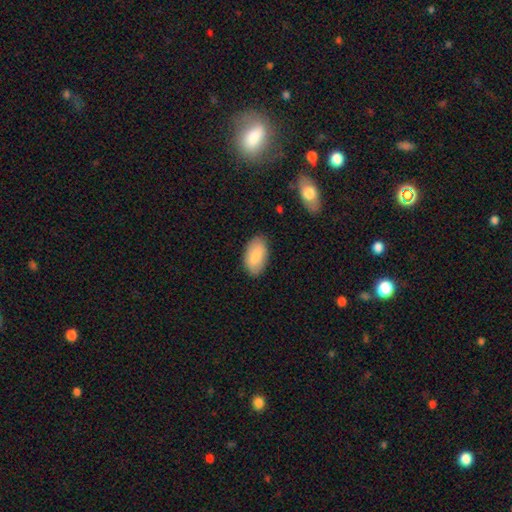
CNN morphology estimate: The model was most divided on "smooth or featured": smooth: 82%, featured or disk: 12%, star or artifact: 6%. More confident: how rounded — in between (95%); merging — none (85%).